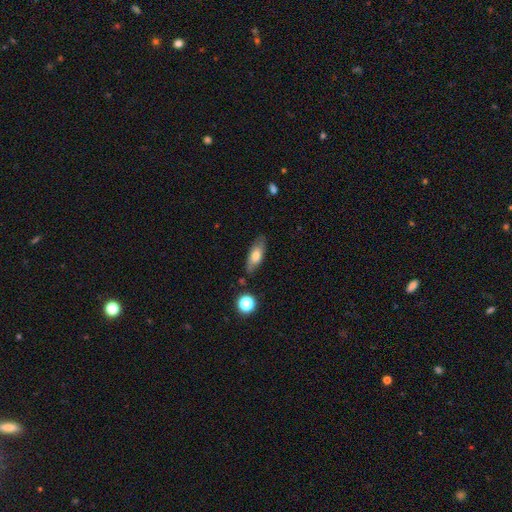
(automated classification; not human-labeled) smooth-or-featured: smooth: 65% | featured or disk: 27% | star or artifact: 8%
  how-rounded: in between: 70% | cigar-shaped: 27% | round: 4%
  merging: none: 77% | minor disturbance: 17% | major disturbance: 4% | merger: 3%